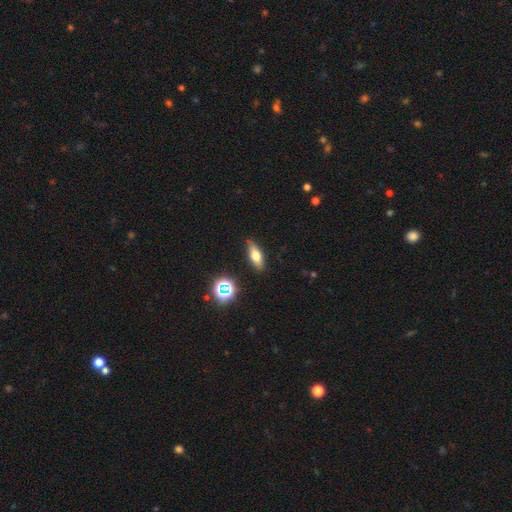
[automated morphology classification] Smooth or featured?
  - smooth: 58% *
  - featured or disk: 30%
  - star or artifact: 12%
How rounded?
  - in between: 61% *
  - cigar-shaped: 33%
  - round: 6%
Merging?
  - none: 86% *
  - minor disturbance: 10%
  - major disturbance: 2%
  - merger: 2%